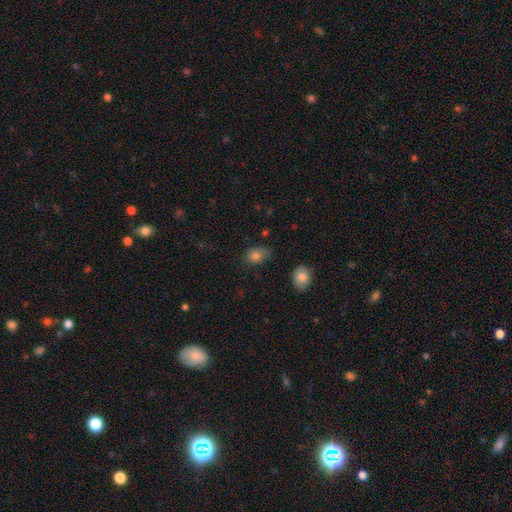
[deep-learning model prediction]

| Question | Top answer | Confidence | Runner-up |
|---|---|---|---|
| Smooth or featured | smooth | 81% | star or artifact (11%) |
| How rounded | in between | 77% | round (21%) |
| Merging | none | 68% | minor disturbance (24%) |